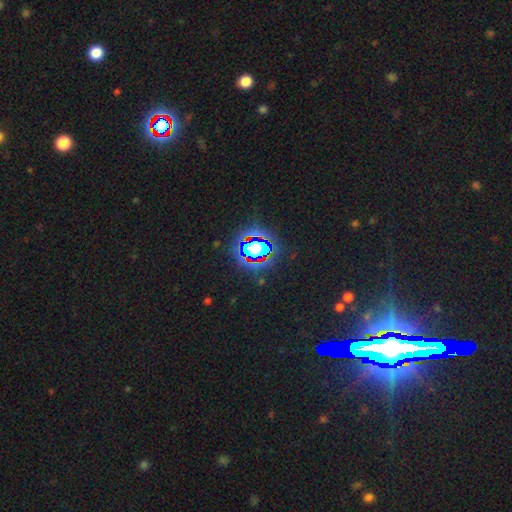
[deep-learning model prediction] star or artifact 82%, featured or disk 9%, smooth 9%.